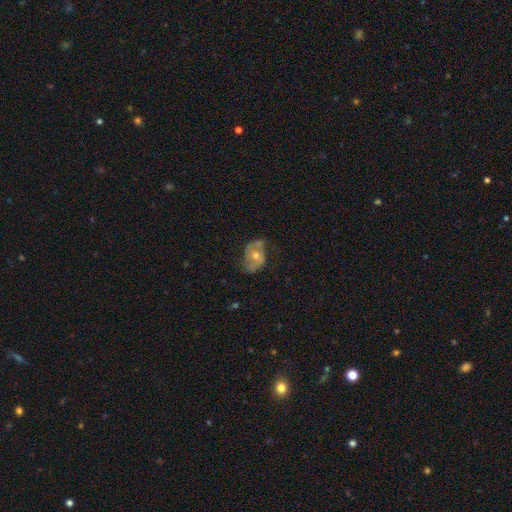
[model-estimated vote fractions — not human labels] Overall: featured or disk (71%). Edge-on disk: no (95%). Bar: no (68%). Spiral arms: yes (78%). Spiral arm count: 2 (78%). Spiral winding: medium (46%; loose 27%). Bulge size: moderate (68%). Merging: none (66%).